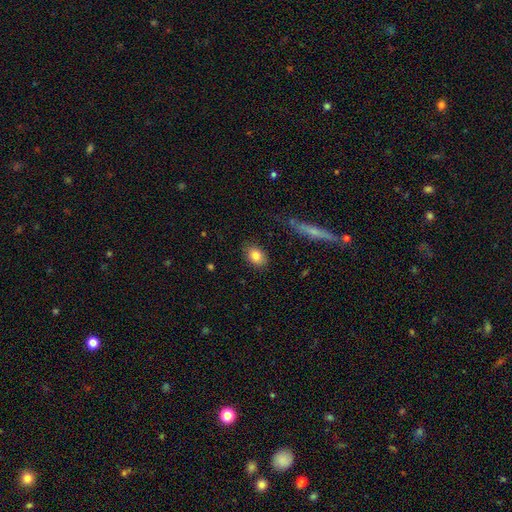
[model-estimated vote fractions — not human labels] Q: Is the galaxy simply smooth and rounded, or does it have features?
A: smooth — 81%.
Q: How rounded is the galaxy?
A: in between — 72%.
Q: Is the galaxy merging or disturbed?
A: none — 85%.